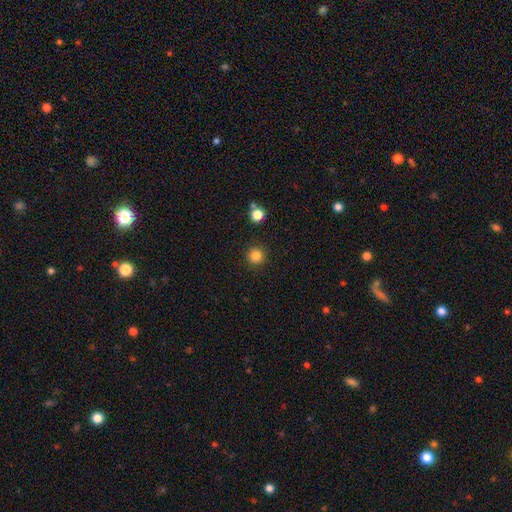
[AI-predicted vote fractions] Overall: smooth (84%). How rounded: round (96%). Merging: none (91%).